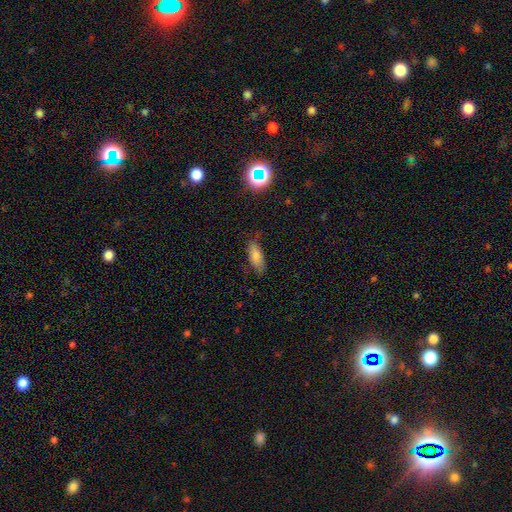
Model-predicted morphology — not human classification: smooth 73%, featured or disk 17%, star or artifact 11%. Down the decision tree: how rounded — in between (72%); merging — none (73%).